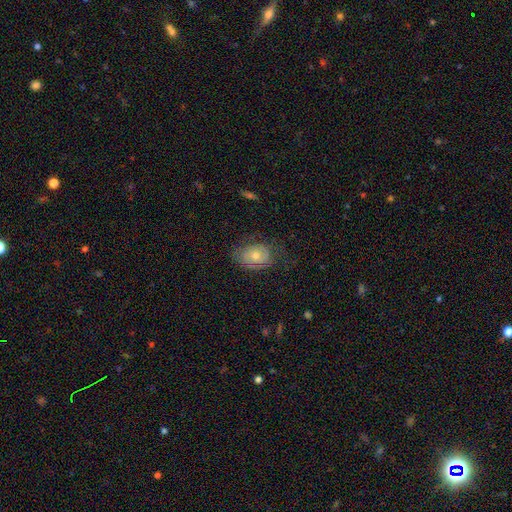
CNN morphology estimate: A featured or disk galaxy (47%).

Vote fractions:
- Smooth or featured? featured or disk: 47% / smooth: 43% / star or artifact: 9%
- Merging? none: 64% / minor disturbance: 23% / major disturbance: 12% / merger: 1%